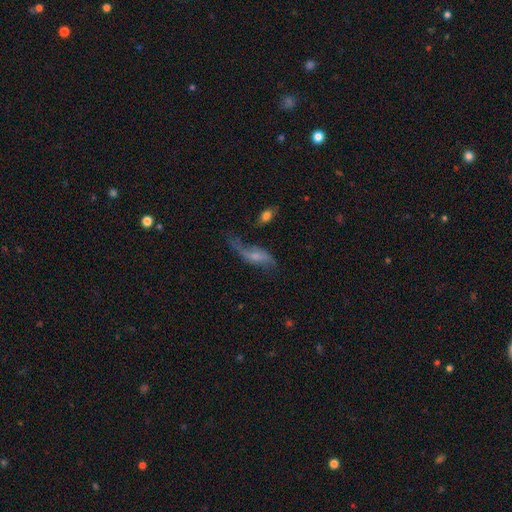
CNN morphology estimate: This appears to be a featured or disk galaxy (62%) with no bar (56%), spiral arms (80%) and a small central bulge (42%). Merging: none (39%).